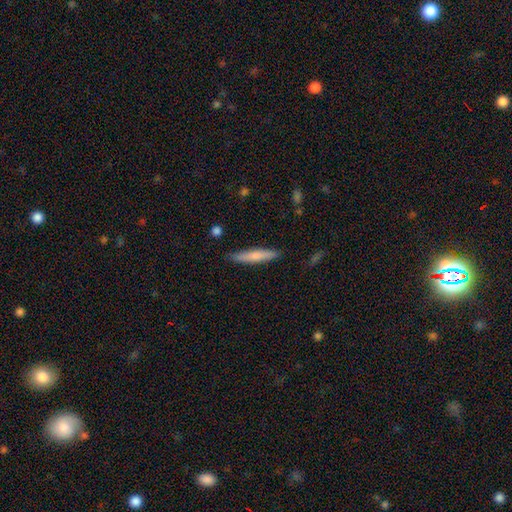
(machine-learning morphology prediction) This is likely a smooth galaxy (71%). How rounded: clearly cigar-shaped (91%). Merging: clearly none (88%).